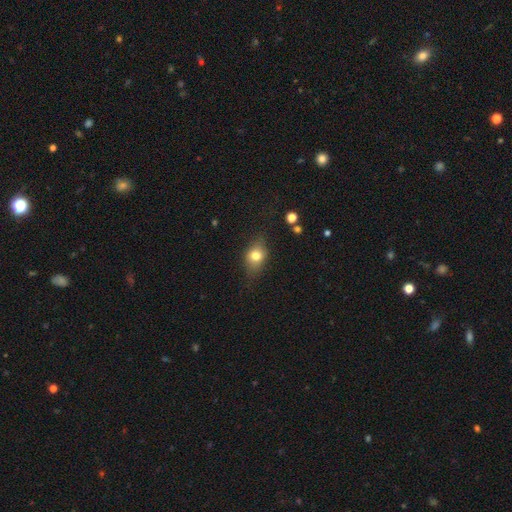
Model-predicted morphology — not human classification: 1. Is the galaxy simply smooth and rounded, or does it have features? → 72% smooth, 18% featured or disk, 10% star or artifact.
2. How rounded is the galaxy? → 60% in between, 37% round, 3% cigar-shaped.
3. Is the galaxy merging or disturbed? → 70% none, 21% minor disturbance, 7% major disturbance, 2% merger.